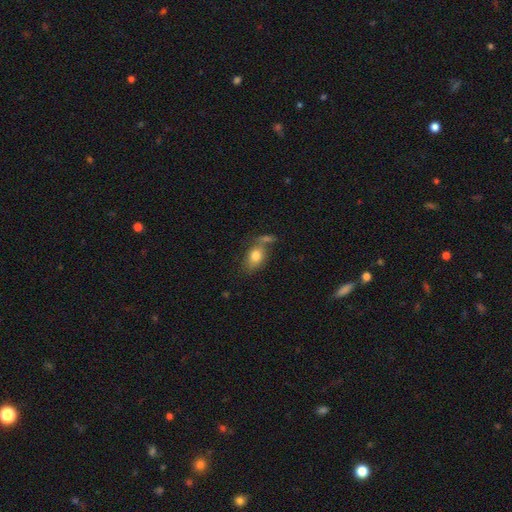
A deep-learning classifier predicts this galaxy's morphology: The model was most divided on "merging": none: 51%, merger: 22%, minor disturbance: 19%, major disturbance: 8%. More confident: smooth or featured — smooth (79%); how rounded — in between (78%).